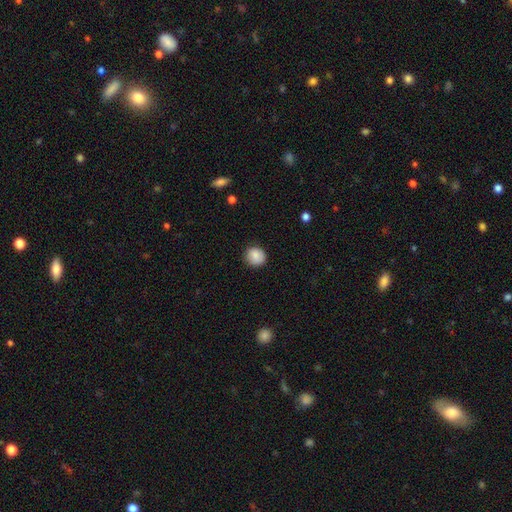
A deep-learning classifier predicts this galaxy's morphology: Overall: smooth (87%). How rounded: round (86%). Merging: none (87%).